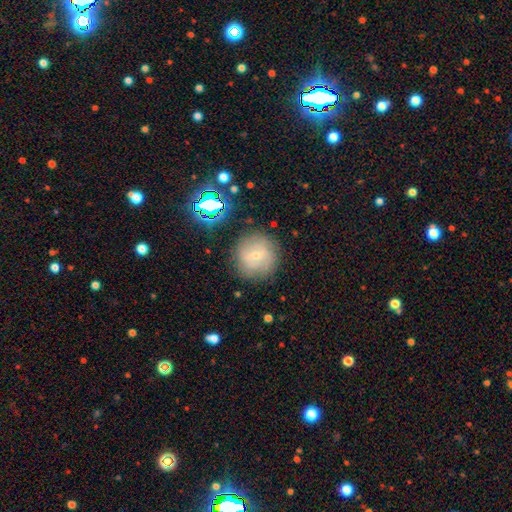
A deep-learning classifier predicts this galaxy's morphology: This appears to be a smooth galaxy with no disk features (53%) that is round (92%). Merging: none (81%).